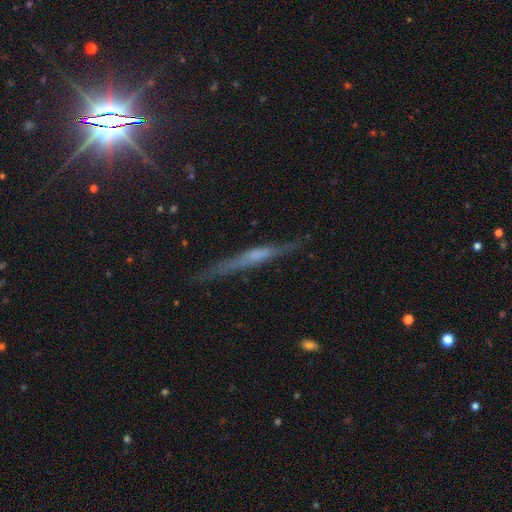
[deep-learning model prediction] smooth_or_featured: featured or disk (p=0.62) [alt: smooth p=0.29]
disk_edge_on: yes (p=0.95) [alt: no p=0.05]
edge_on_bulge: none (p=0.41) [alt: rounded p=0.34]
merging: none (p=0.81) [alt: minor disturbance p=0.13]